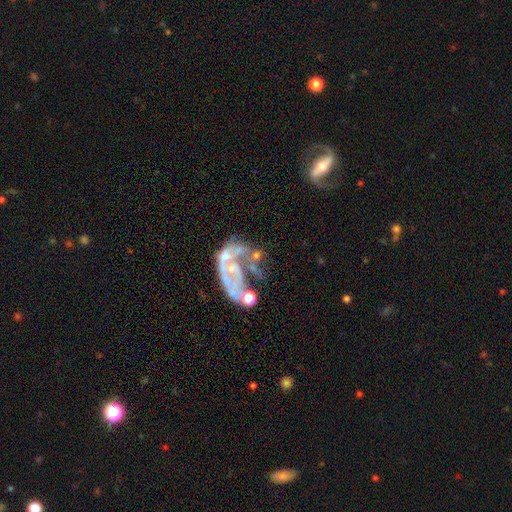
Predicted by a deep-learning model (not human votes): A featured or disk galaxy (71%) with no bar (84%), no spiral arms (68%) and no central bulge (62%). Merging: major disturbance (39%).